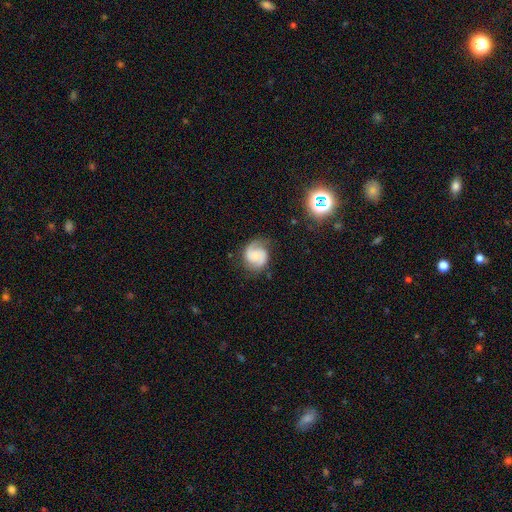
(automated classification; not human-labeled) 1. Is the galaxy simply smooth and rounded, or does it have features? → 77% featured or disk, 16% smooth, 7% star or artifact.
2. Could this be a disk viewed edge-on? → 98% no, 2% yes.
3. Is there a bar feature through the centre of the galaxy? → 59% no, 34% weak, 7% strong.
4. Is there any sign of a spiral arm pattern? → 96% yes, 4% no.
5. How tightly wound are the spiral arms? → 47% medium, 36% tight, 17% loose.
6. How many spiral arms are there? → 85% 2, 7% 1, 5% can't tell, 2% 3, 1% 4, 1% more than 4.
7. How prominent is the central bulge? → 49% small, 27% moderate, 18% none, 4% large, 2% dominant.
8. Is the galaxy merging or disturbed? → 74% none, 18% minor disturbance, 7% major disturbance, 1% merger.